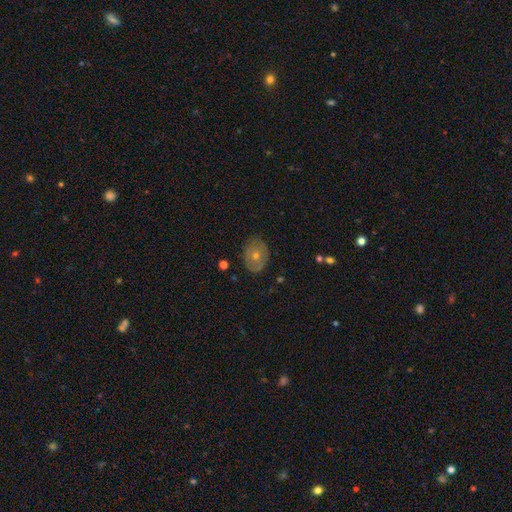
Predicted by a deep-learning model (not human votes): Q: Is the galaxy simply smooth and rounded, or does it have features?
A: smooth — 46%.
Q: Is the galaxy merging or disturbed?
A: none — 81%.